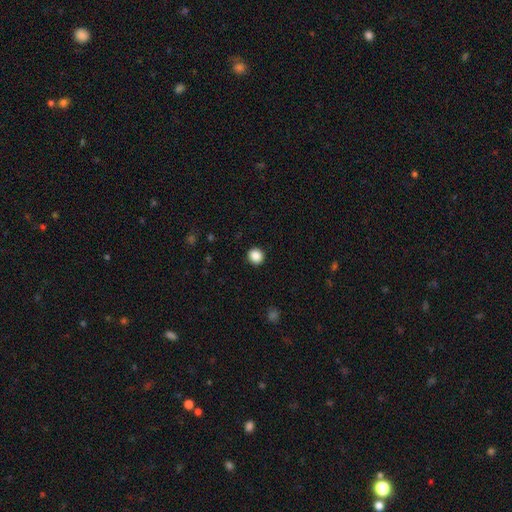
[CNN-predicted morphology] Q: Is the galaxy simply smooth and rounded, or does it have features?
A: smooth — 88%.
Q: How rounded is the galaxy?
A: round — 87%.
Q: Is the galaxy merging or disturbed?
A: none — 92%.